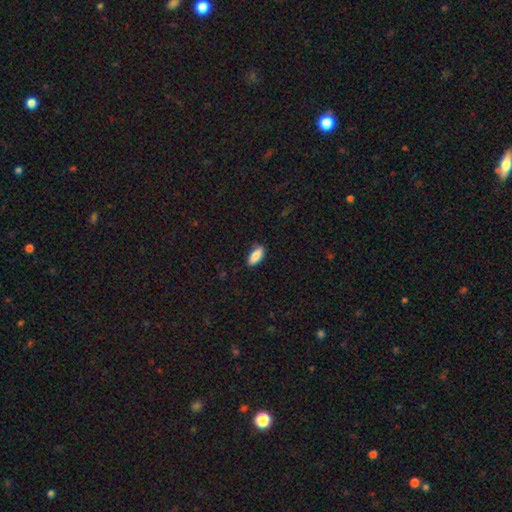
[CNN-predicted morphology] smooth_or_featured: smooth (p=0.85) [alt: featured or disk p=0.09]
how_rounded: in between (p=0.84) [alt: cigar-shaped p=0.14]
merging: none (p=0.82) [alt: minor disturbance p=0.15]